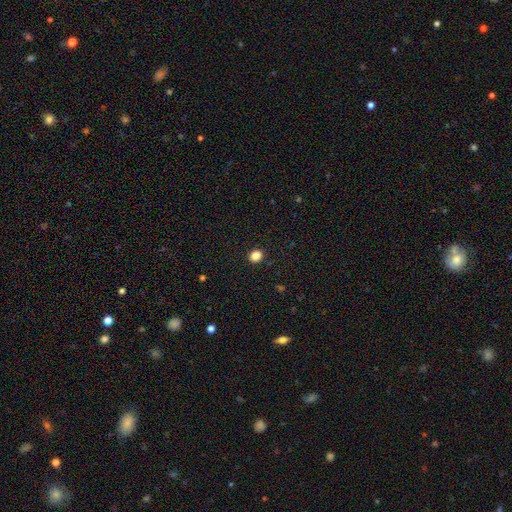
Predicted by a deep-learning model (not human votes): Smooth or featured? Predicted: smooth (p=0.85). How rounded? Predicted: round (p=0.71). Merging? Predicted: none (p=0.92).